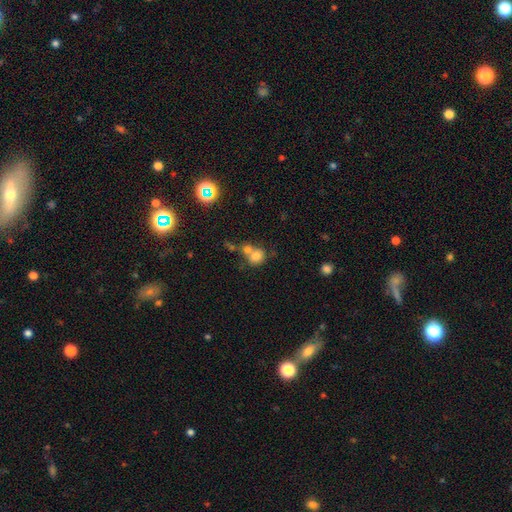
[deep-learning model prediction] This appears to be a smooth galaxy with no disk features (75%) that is round (81%). Merging: merger (44%).